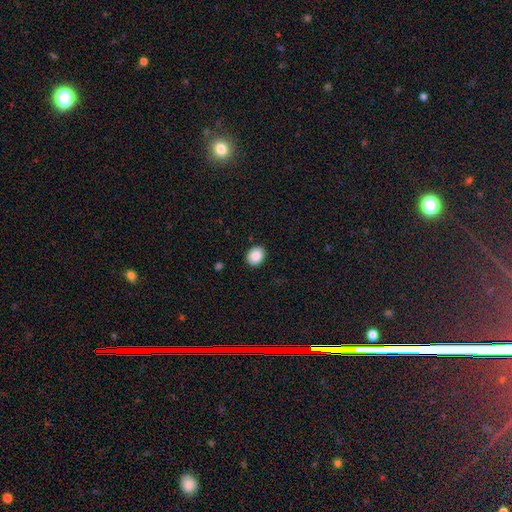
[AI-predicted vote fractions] Q: Smooth or featured?
A: smooth (88%); runner-up: star or artifact (8%)
Q: How rounded?
A: round (53%); runner-up: in between (46%)
Q: Merging?
A: none (90%); runner-up: minor disturbance (7%)